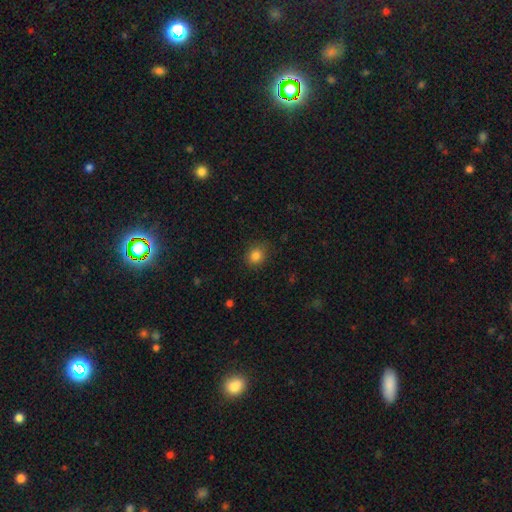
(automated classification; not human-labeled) smooth-or-featured: smooth: 84% | star or artifact: 12% | featured or disk: 5%
  how-rounded: round: 73% | in between: 26% | cigar-shaped: 1%
  merging: none: 85% | minor disturbance: 11% | major disturbance: 3% | merger: 1%